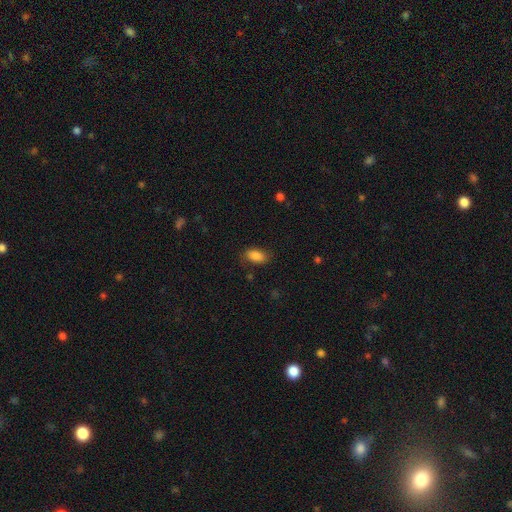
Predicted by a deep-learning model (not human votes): This is clearly a smooth galaxy (86%). How rounded: clearly in between (91%). Merging: likely none (78%).